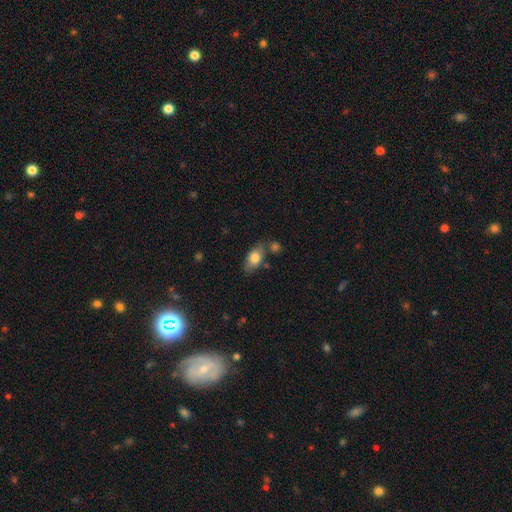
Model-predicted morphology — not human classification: Smooth or featured: smooth — 76% (featured or disk — 16%)
How rounded: in between — 86% (round — 7%)
Merging: none — 66% (minor disturbance — 18%)